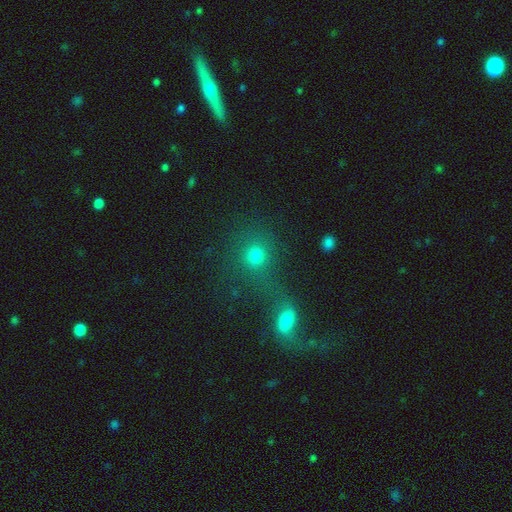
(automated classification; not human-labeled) smooth 74%, star or artifact 16%, featured or disk 10%. Down the decision tree: how rounded — round (84%); merging — merger (43%, tied with none).